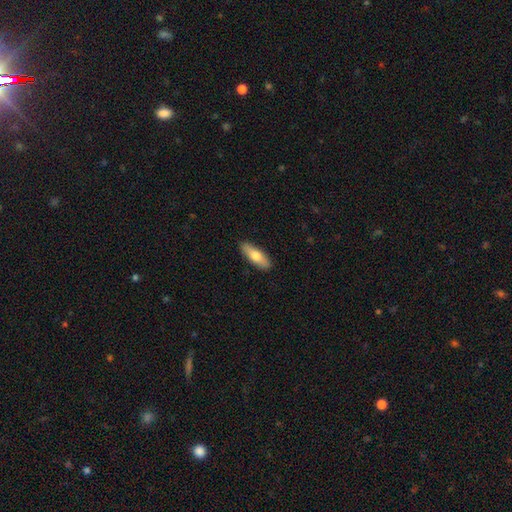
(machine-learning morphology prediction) smooth_or_featured: smooth (p=0.65) [alt: featured or disk p=0.29]
how_rounded: in between (p=0.51) [alt: cigar-shaped p=0.46]
merging: none (p=0.89) [alt: minor disturbance p=0.08]